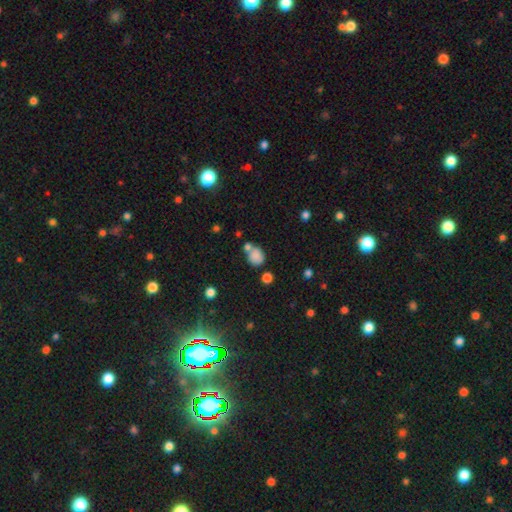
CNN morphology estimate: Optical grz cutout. It shows a smooth galaxy with no disk features (82%) that is round (60%). Merging: none (50%).